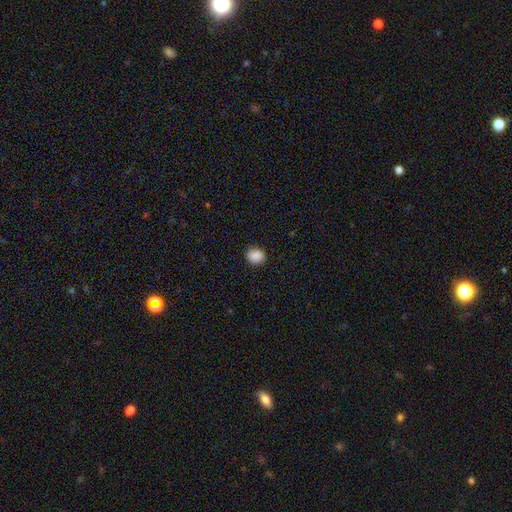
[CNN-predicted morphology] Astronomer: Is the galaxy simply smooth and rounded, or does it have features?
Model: smooth — 88%.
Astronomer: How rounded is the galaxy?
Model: round — 61% (runner-up: in between, 38%).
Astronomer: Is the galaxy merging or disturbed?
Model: none — 86%.